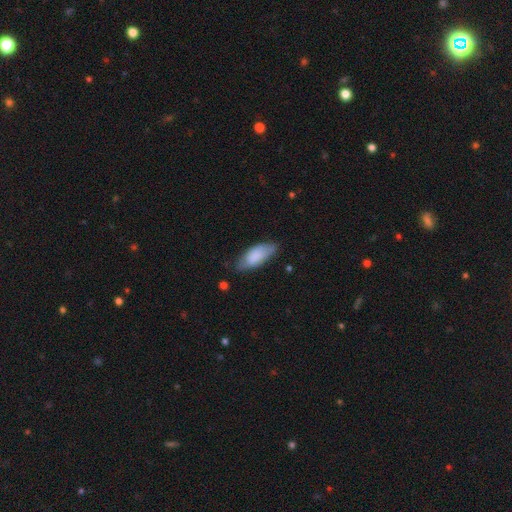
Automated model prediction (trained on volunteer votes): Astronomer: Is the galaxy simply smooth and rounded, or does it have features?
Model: smooth — 81%.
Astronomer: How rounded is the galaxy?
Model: in between — 80%.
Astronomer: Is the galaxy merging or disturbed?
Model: none — 67%.